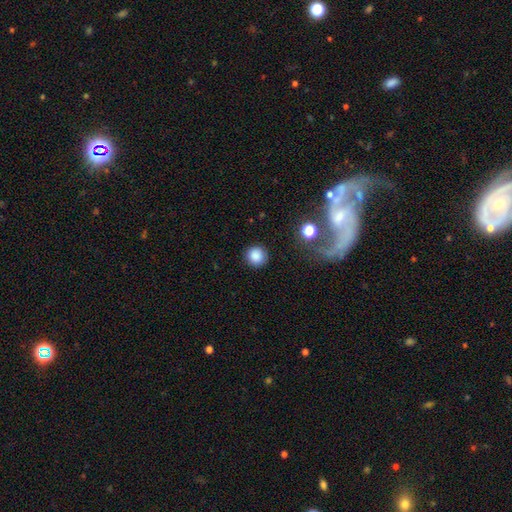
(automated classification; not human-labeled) A smooth galaxy with no disk features (85%) that is round (94%). Merging: none (89%).